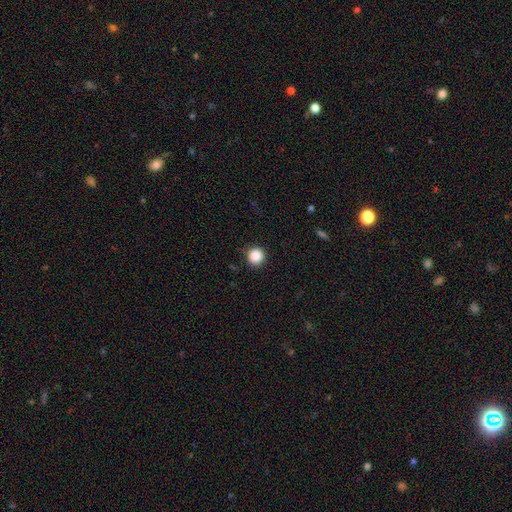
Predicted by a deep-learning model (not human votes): Smooth or featured?
  - smooth: 88% *
  - star or artifact: 10%
  - featured or disk: 3%
How rounded?
  - round: 94% *
  - in between: 5%
  - cigar-shaped: 1%
Merging?
  - none: 89% *
  - minor disturbance: 7%
  - major disturbance: 2%
  - merger: 1%